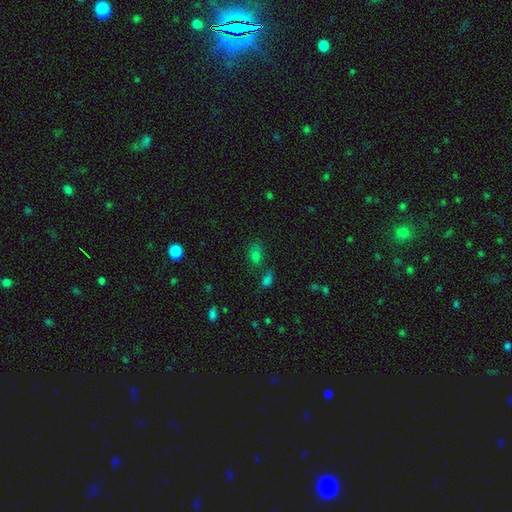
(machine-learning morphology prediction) Smooth or featured? Predicted: smooth (p=0.64). How rounded? Predicted: in between (p=0.72). Merging? Predicted: none (p=0.63).